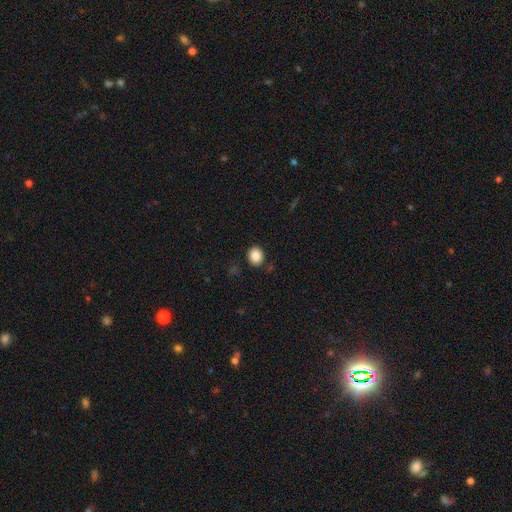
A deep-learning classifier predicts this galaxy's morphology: Smooth or featured? smooth (87%)
How rounded? round (55%)
Merging? none (86%)